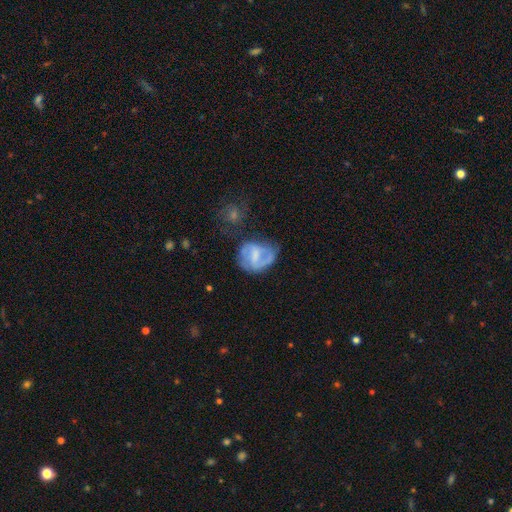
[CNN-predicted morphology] A featured or disk galaxy (63%) with a weak bar (49%), spiral arms (70%) and no central bulge (34%).

Vote fractions:
- Smooth or featured? featured or disk: 63% / smooth: 30% / star or artifact: 7%
- Edge-on disk? no: 97% / yes: 3%
- Bar? weak: 49% / strong: 29% / no: 22%
- Spiral arms? yes: 70% / no: 30%
- Bulge size? none: 34% / moderate: 30% / small: 28% / large: 6% / dominant: 1%
- Merging? none: 48% / minor disturbance: 28% / major disturbance: 19% / merger: 5%